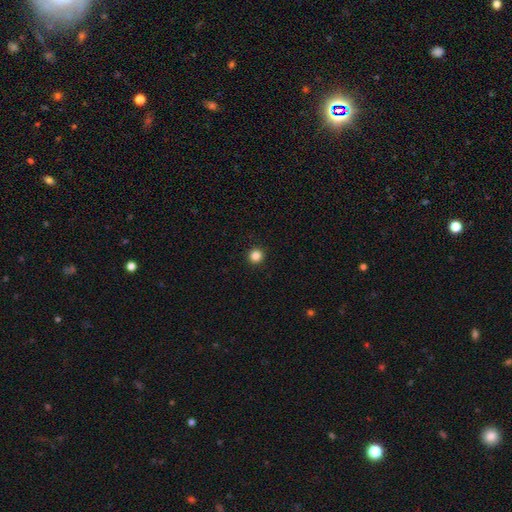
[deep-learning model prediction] Smooth or featured? Predicted: smooth (p=0.85). How rounded? Predicted: round (p=0.96). Merging? Predicted: none (p=0.94).